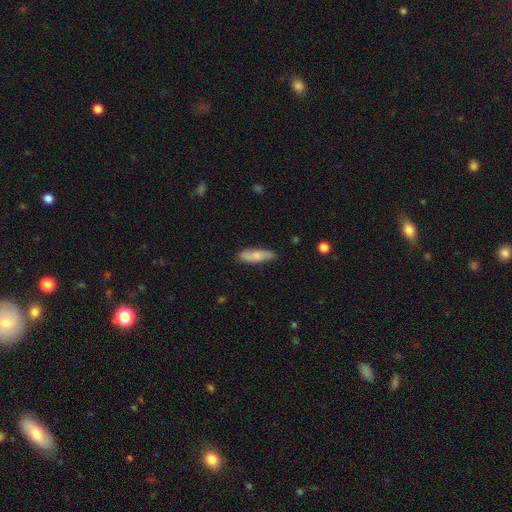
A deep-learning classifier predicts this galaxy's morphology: Q: Smooth or featured?
A: smooth (69%); runner-up: featured or disk (26%)
Q: How rounded?
A: cigar-shaped (51%); runner-up: in between (47%)
Q: Merging?
A: none (80%); runner-up: minor disturbance (16%)